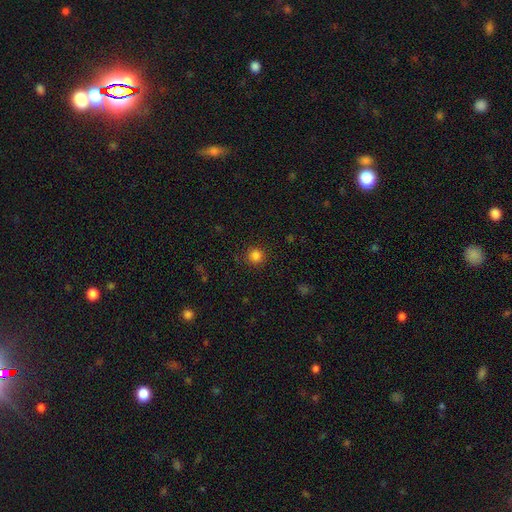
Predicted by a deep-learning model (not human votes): smooth 84%, star or artifact 13%, featured or disk 3%. Down the decision tree: how rounded — round (93%); merging — none (89%).